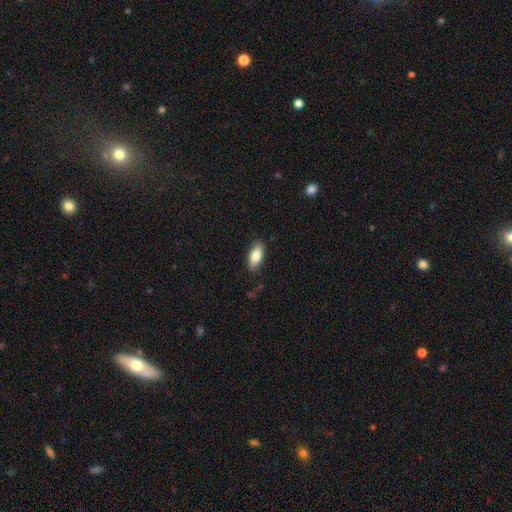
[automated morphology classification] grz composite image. It shows a smooth galaxy with no disk features (83%) that is in between round and cigar-shaped (86%). Merging: none (85%).